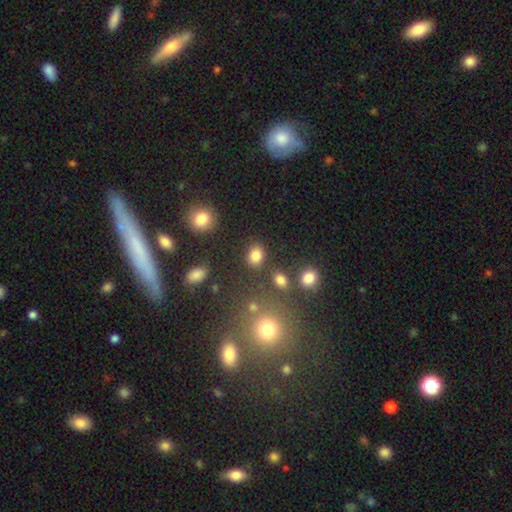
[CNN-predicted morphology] Overall: smooth (82%). How rounded: in between (58%; round 41%). Merging: none (78%).